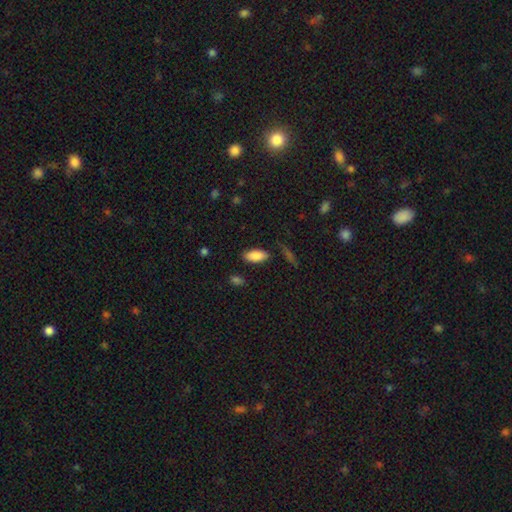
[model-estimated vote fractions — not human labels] Overall: smooth (87%). How rounded: in between (90%). Merging: none (84%).